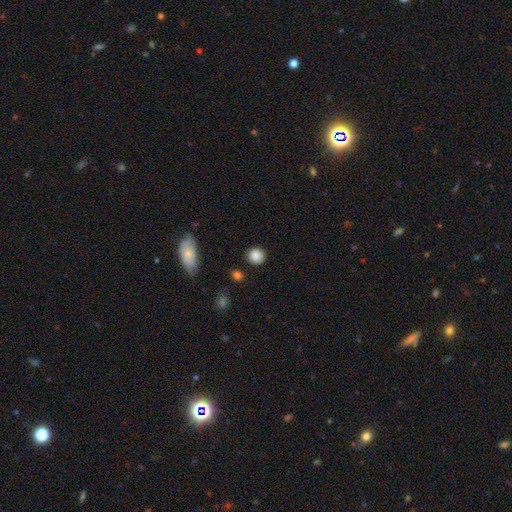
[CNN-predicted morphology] A smooth galaxy with no disk features (86%) that is round (85%). Merging: none (85%).